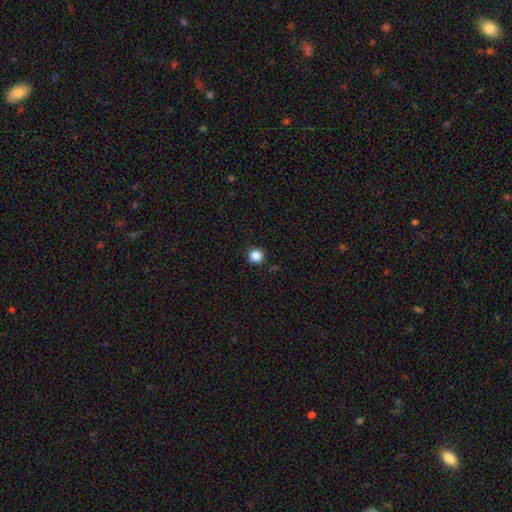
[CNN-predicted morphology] type=smooth (86%); roundness=round (95%); merging=none (91%).